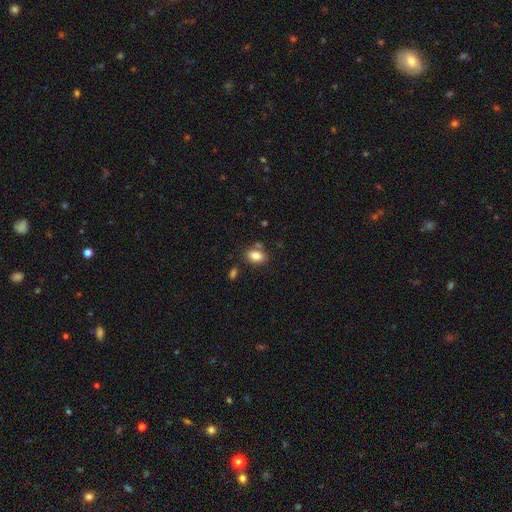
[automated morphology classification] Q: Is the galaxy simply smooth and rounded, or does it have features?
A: smooth — 84%.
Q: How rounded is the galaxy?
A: in between — 86%.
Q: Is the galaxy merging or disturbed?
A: none — 72%.